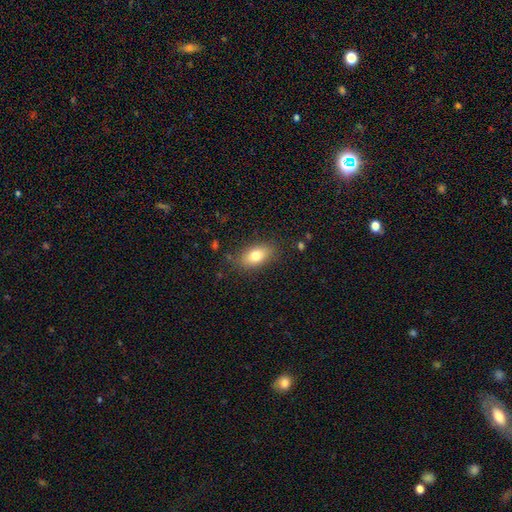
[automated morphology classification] This is likely a smooth galaxy (79%). How rounded: clearly in between (87%). Merging: clearly none (82%).